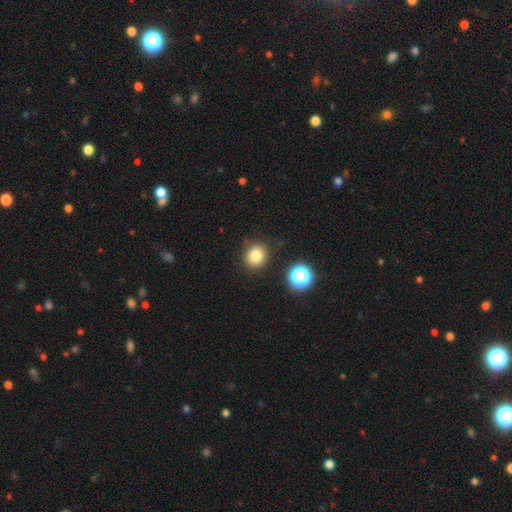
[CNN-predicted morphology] Smooth or featured? smooth (82%)
How rounded? round (81%)
Merging? none (86%)